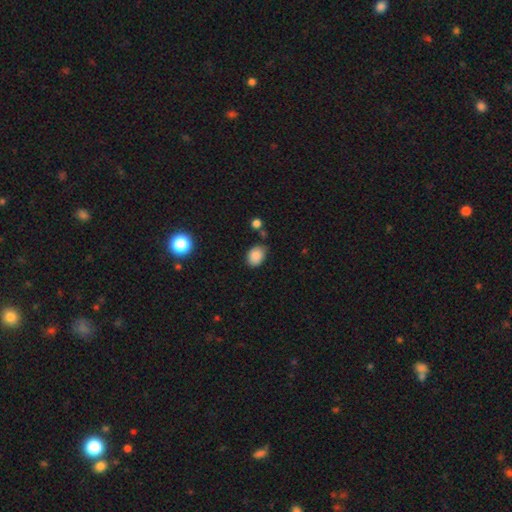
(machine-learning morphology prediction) smooth_or_featured: smooth (p=0.86) [alt: star or artifact p=0.10]
how_rounded: in between (p=0.71) [alt: round p=0.28]
merging: none (p=0.68) [alt: minor disturbance p=0.23]